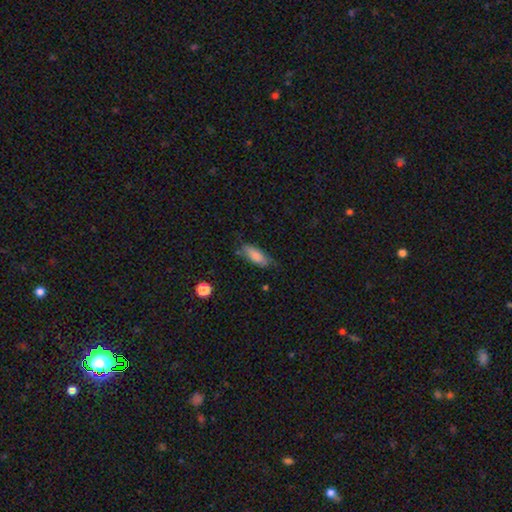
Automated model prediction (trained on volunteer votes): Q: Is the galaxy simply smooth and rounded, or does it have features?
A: smooth — 81%.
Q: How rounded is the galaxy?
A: in between — 74%.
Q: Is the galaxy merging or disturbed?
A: none — 62%.